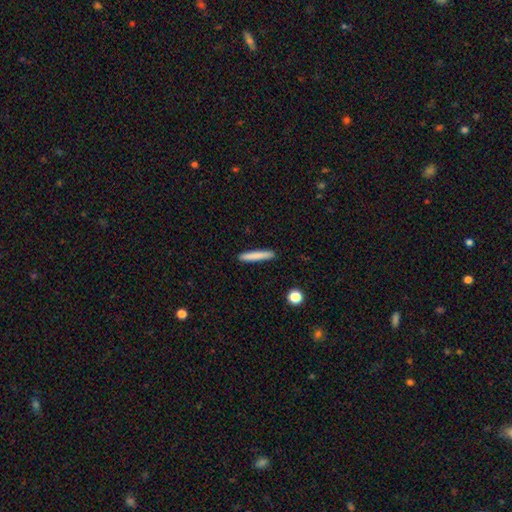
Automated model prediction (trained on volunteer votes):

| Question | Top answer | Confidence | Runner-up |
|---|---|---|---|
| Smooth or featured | smooth | 81% | featured or disk (12%) |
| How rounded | cigar-shaped | 94% | in between (5%) |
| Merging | none | 92% | minor disturbance (6%) |